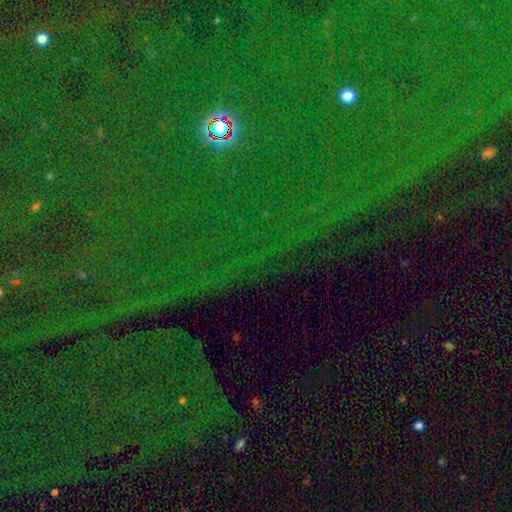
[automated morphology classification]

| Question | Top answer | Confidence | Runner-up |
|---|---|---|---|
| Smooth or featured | star or artifact | 82% | smooth (10%) |